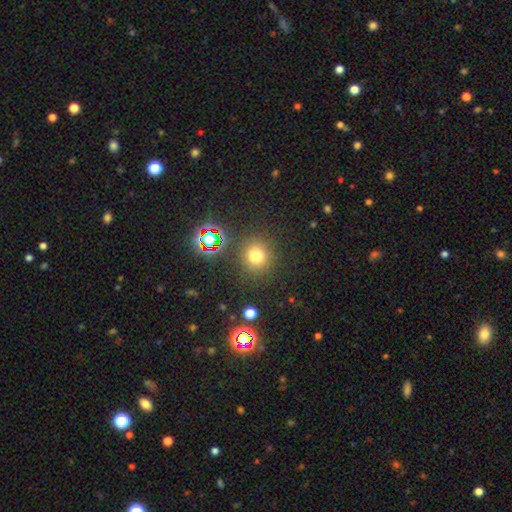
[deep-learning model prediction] Smooth or featured? Predicted: smooth (p=0.71). How rounded? Predicted: round (p=0.90). Merging? Predicted: none (p=0.85).